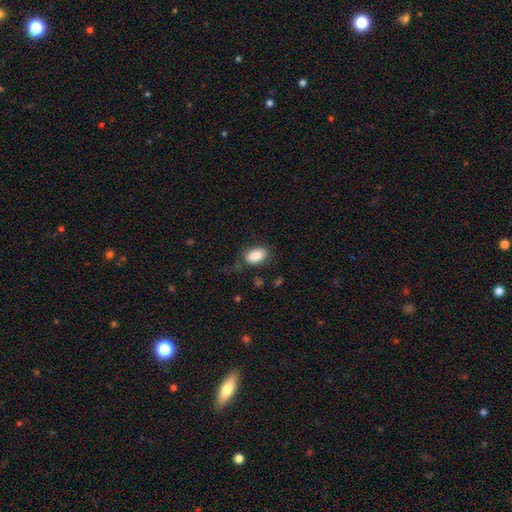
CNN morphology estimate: Smooth or featured?
  - smooth: 88% *
  - star or artifact: 7%
  - featured or disk: 5%
How rounded?
  - in between: 90% *
  - round: 8%
  - cigar-shaped: 2%
Merging?
  - none: 75% *
  - minor disturbance: 17%
  - major disturbance: 6%
  - merger: 2%